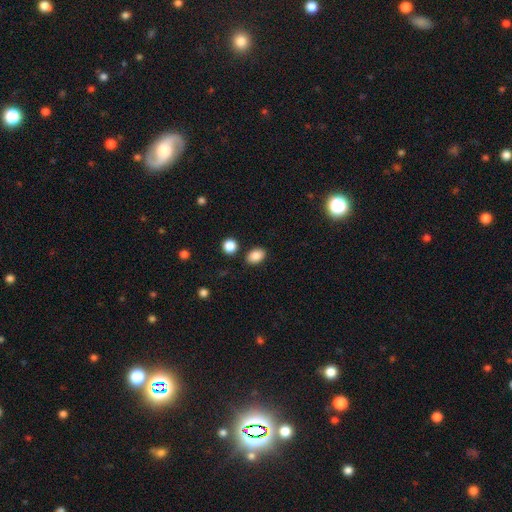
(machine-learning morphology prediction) This appears to be a smooth galaxy with no disk features (87%) that is in between round and cigar-shaped (78%). Merging: none (84%).